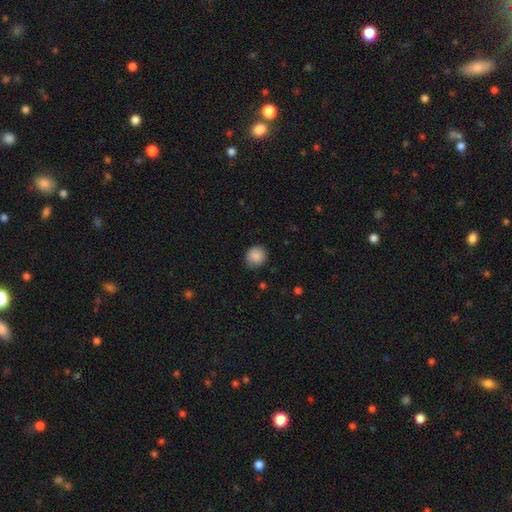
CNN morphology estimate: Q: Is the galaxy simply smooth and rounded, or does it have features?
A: smooth — 88%.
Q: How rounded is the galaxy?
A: round — 83%.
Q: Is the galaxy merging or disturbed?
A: none — 83%.